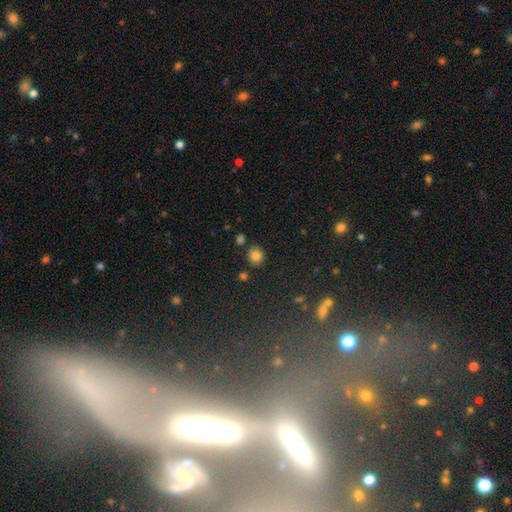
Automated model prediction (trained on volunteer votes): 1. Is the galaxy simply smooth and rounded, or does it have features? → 81% smooth, 13% star or artifact, 6% featured or disk.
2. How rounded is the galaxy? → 84% round, 15% in between, 1% cigar-shaped.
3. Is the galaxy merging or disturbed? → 83% none, 9% minor disturbance, 5% merger, 3% major disturbance.